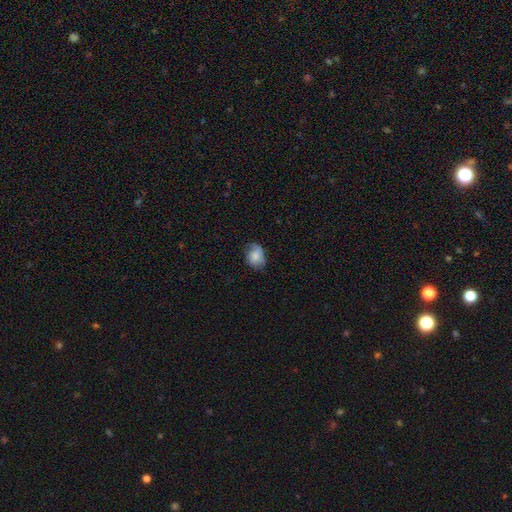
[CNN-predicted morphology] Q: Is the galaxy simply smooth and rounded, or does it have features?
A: smooth — 71%.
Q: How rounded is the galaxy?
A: in between — 63%.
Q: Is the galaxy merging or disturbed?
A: none — 58%.